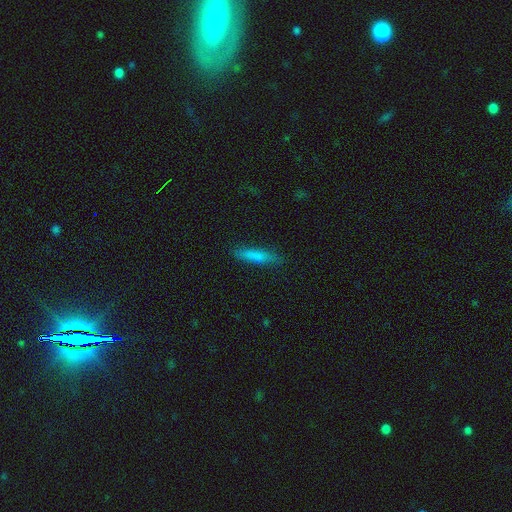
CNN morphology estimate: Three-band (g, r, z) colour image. It shows a smooth galaxy with no disk features (77%) that is cigar-shaped (81%). Merging: none (84%).